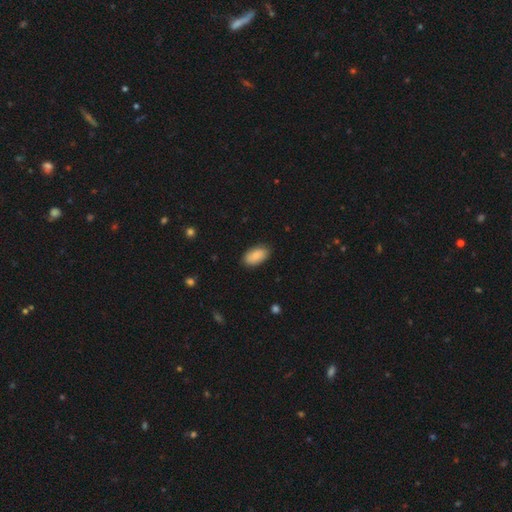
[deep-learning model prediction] This is clearly a smooth galaxy (89%). How rounded: clearly in between (95%). Merging: clearly none (86%).